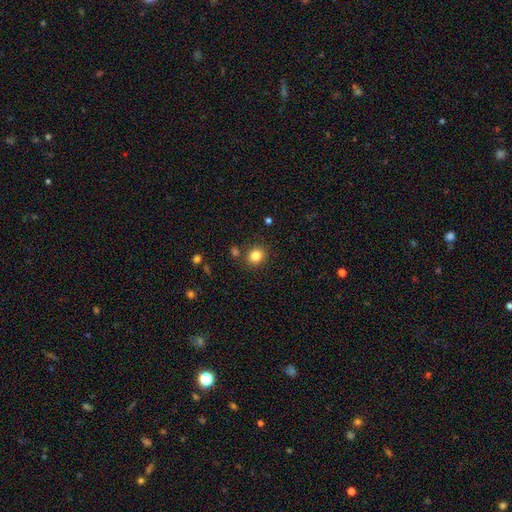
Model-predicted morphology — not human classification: Q: Smooth or featured?
A: smooth (83%); runner-up: star or artifact (11%)
Q: How rounded?
A: round (75%); runner-up: in between (24%)
Q: Merging?
A: none (84%); runner-up: minor disturbance (9%)